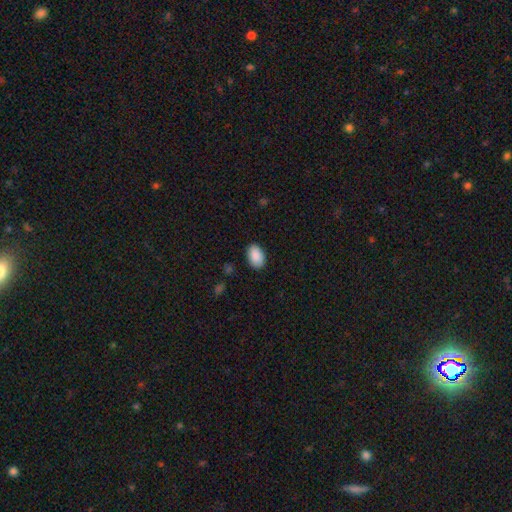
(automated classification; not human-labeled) Smooth or featured? smooth (91%)
How rounded? in between (92%)
Merging? none (88%)